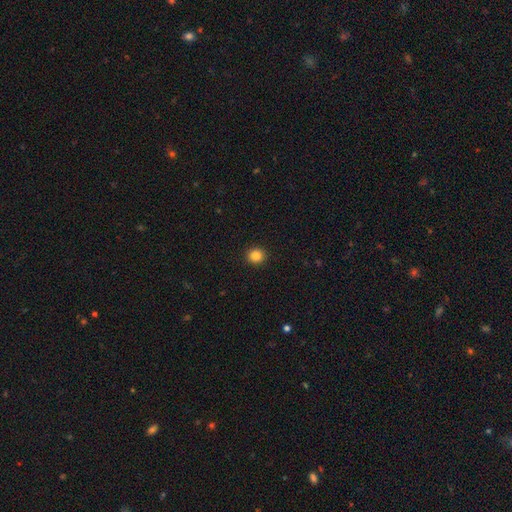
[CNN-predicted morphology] Smooth or featured: smooth — 85% (star or artifact — 11%)
How rounded: round — 91% (in between — 8%)
Merging: none — 93% (minor disturbance — 4%)